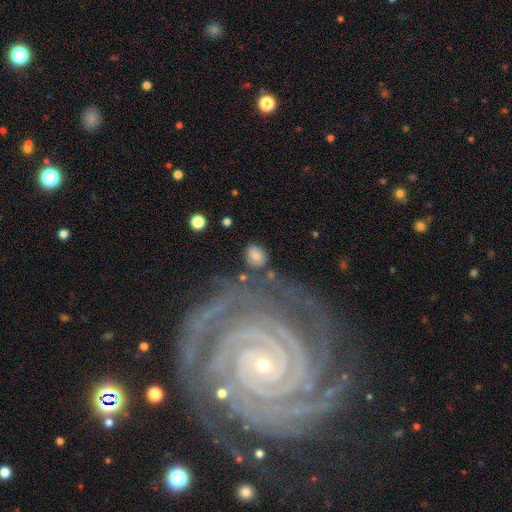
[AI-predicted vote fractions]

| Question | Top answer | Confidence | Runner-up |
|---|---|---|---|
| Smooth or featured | smooth | 76% | featured or disk (14%) |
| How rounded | in between | 54% | round (45%) |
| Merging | none | 75% | minor disturbance (13%) |